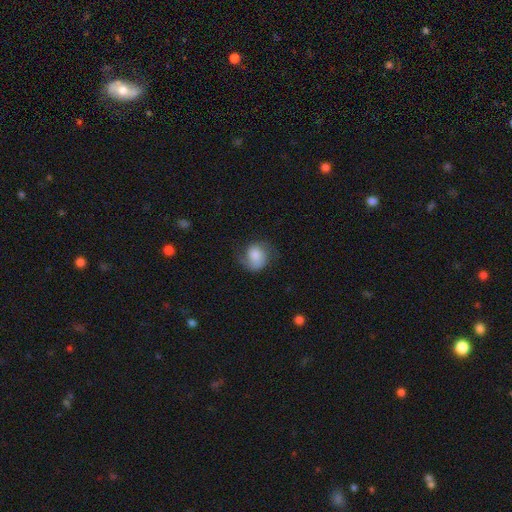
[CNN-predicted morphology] This appears to be a smooth galaxy with no disk features (54%) that is round (67%). Merging: none (57%).